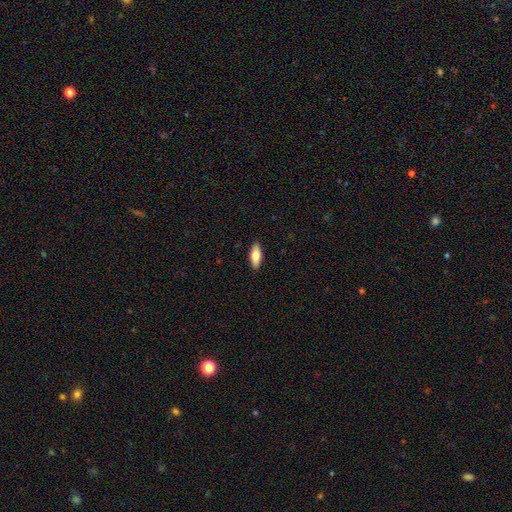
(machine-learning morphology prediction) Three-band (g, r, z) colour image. It shows a smooth galaxy with no disk features (74%) that is in between round and cigar-shaped (75%). Merging: none (90%).